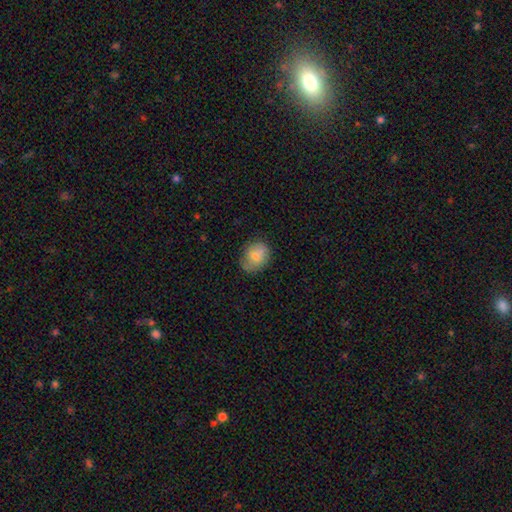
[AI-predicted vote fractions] Smooth or featured: smooth — 75% (featured or disk — 16%)
How rounded: round — 52% (in between — 47%)
Merging: none — 73% (minor disturbance — 21%)